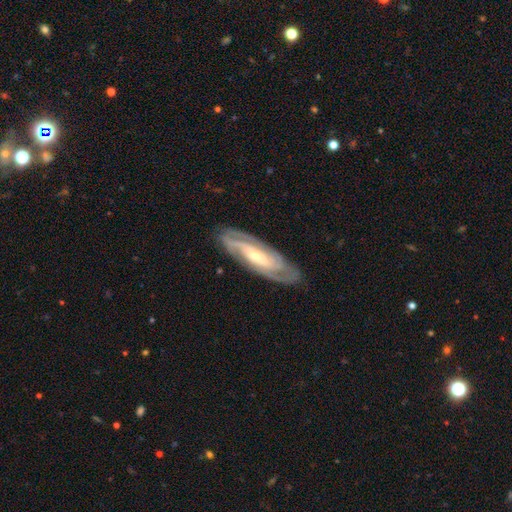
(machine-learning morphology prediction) Smooth or featured? featured or disk (86%)
Edge-on disk? no (87%)
Bar? no (38%)
Spiral arms? yes (96%)
Spiral winding? tight (61%)
Spiral arm count? 2 (50%)
Bulge size? small (60%)
Merging? none (82%)